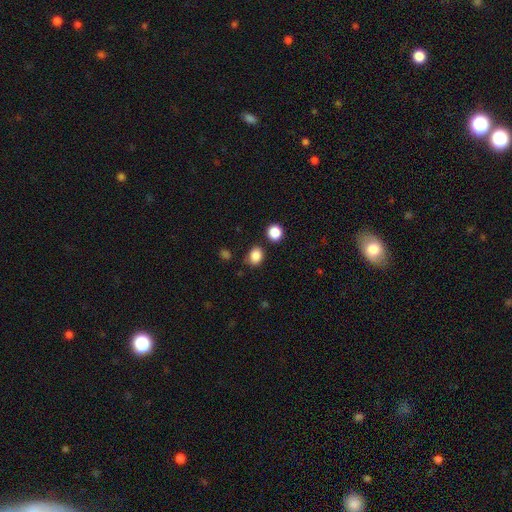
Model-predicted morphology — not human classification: Smooth or featured? smooth (86%)
How rounded? in between (52%)
Merging? none (77%)